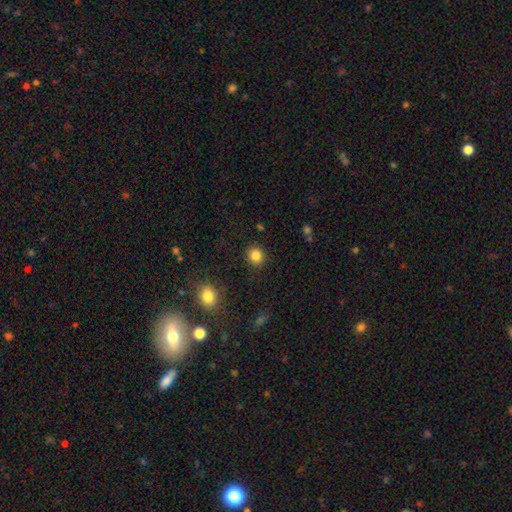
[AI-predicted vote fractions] A smooth galaxy with no disk features (85%) that is round (76%).

Vote fractions:
- Smooth or featured? smooth: 85% / star or artifact: 11% / featured or disk: 5%
- How rounded? round: 76% / in between: 23% / cigar-shaped: 1%
- Merging? none: 89% / minor disturbance: 7% / major disturbance: 2% / merger: 1%